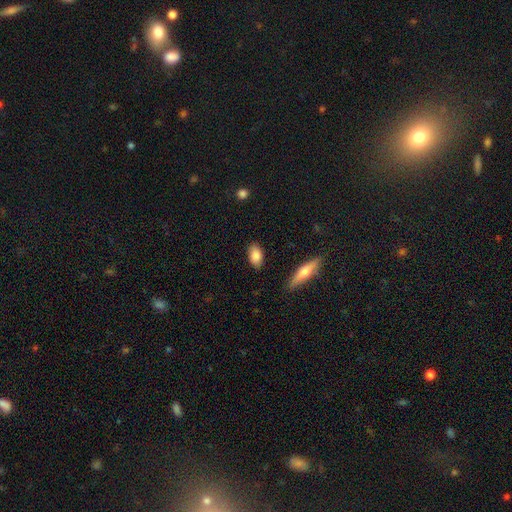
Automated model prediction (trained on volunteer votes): A smooth galaxy with no disk features (85%) that is in between round and cigar-shaped (90%). Merging: none (85%).